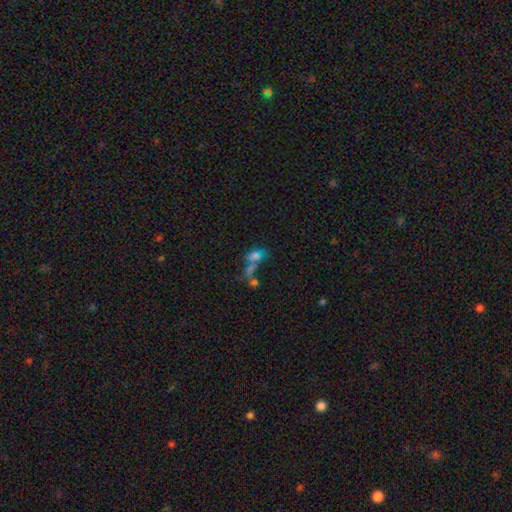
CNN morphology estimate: Smooth or featured?
  - smooth: 53% *
  - featured or disk: 25%
  - star or artifact: 22%
How rounded?
  - in between: 72% *
  - round: 22%
  - cigar-shaped: 6%
Merging?
  - merger: 48% *
  - none: 23%
  - major disturbance: 19%
  - minor disturbance: 10%